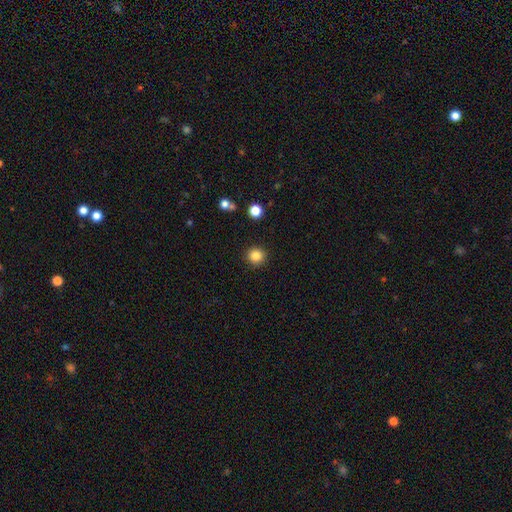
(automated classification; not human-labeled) Smooth or featured: smooth — 85% (star or artifact — 11%)
How rounded: round — 94% (in between — 5%)
Merging: none — 92% (minor disturbance — 5%)